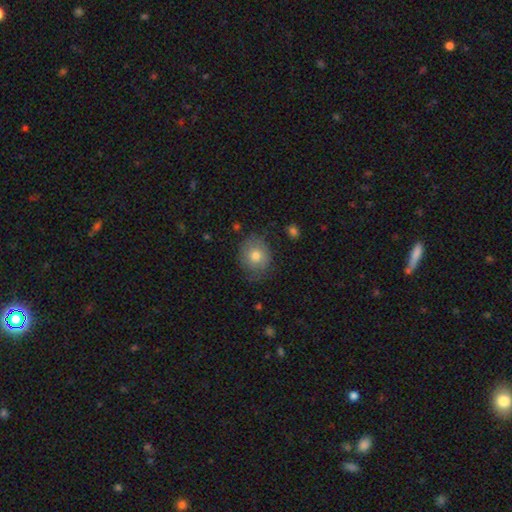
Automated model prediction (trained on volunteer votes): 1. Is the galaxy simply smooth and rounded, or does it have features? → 73% smooth, 17% featured or disk, 9% star or artifact.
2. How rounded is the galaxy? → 76% round, 23% in between, 1% cigar-shaped.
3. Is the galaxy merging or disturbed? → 71% none, 21% minor disturbance, 6% major disturbance, 1% merger.